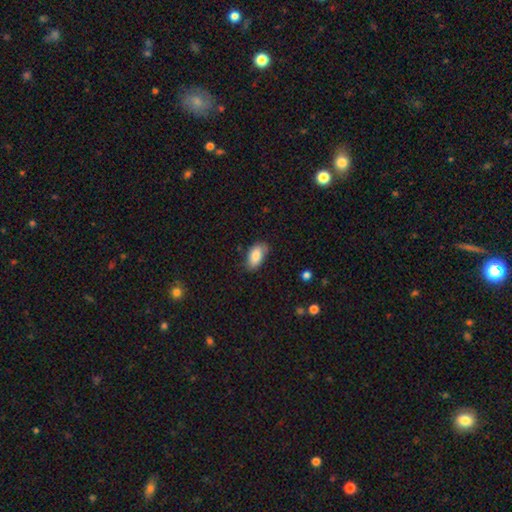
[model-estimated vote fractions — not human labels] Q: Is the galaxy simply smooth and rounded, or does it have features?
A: smooth — 84%.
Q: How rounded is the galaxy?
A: in between — 93%.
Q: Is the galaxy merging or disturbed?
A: none — 69%.